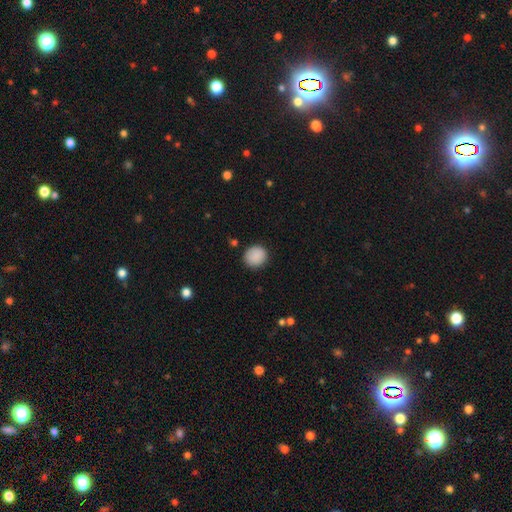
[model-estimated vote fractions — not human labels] smooth 89%, star or artifact 8%, featured or disk 3%. Down the decision tree: how rounded — round (86%); merging — none (88%).